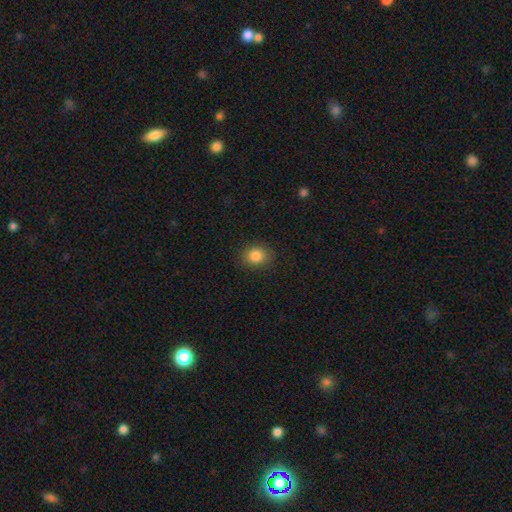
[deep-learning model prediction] A smooth galaxy with no disk features (85%) that is round (62%). Merging: none (85%).